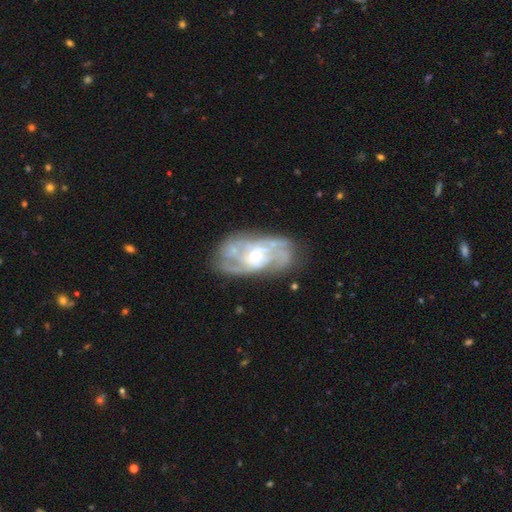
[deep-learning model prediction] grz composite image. It shows a featured or disk galaxy (85%) with no bar (64%), tight (48%) spiral arms (91%) and a small central bulge (52%). Merging: none (69%).